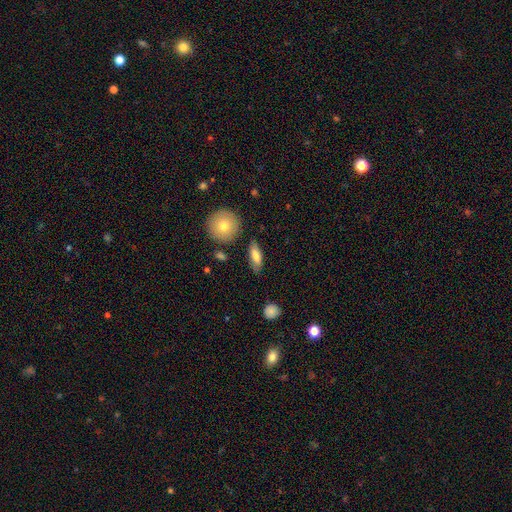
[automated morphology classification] A smooth galaxy with no disk features (73%) that is in between round and cigar-shaped (63%).

Vote fractions:
- Smooth or featured? smooth: 73% / featured or disk: 20% / star or artifact: 6%
- How rounded? in between: 63% / cigar-shaped: 33% / round: 4%
- Merging? none: 80% / minor disturbance: 14% / major disturbance: 3% / merger: 3%